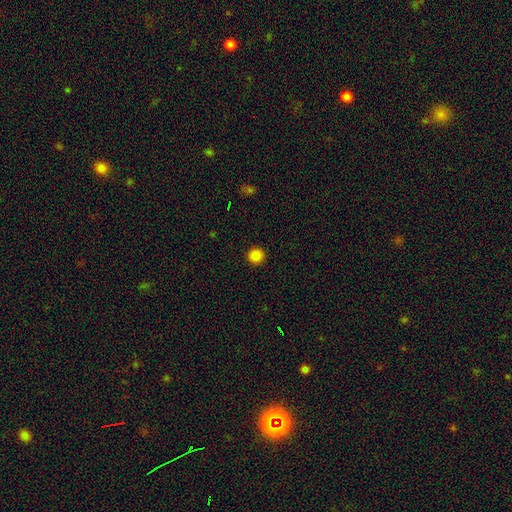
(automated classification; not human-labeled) smooth_or_featured: smooth (p=0.86) [alt: star or artifact p=0.11]
how_rounded: round (p=0.95) [alt: in between p=0.04]
merging: none (p=0.93) [alt: minor disturbance p=0.04]